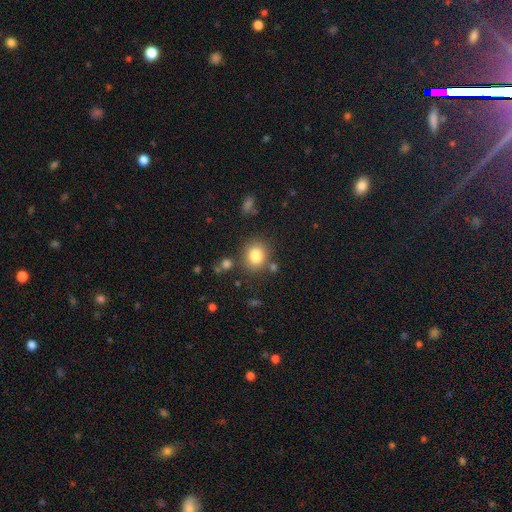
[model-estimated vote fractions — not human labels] smooth 82%, star or artifact 11%, featured or disk 7%. Down the decision tree: how rounded — round (73%); merging — none (80%).